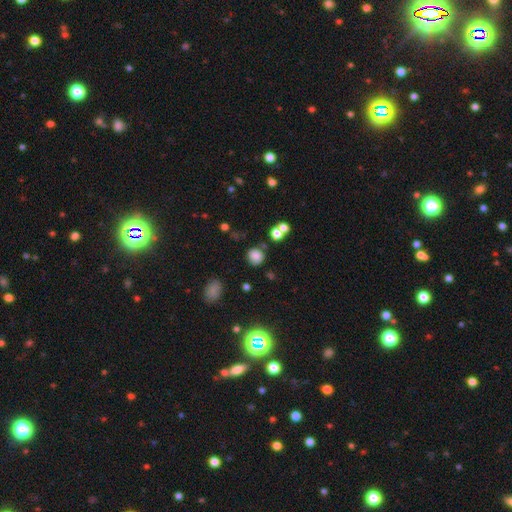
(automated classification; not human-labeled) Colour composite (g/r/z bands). It shows a smooth galaxy with no disk features (78%) that is round (84%). Merging: none (74%).